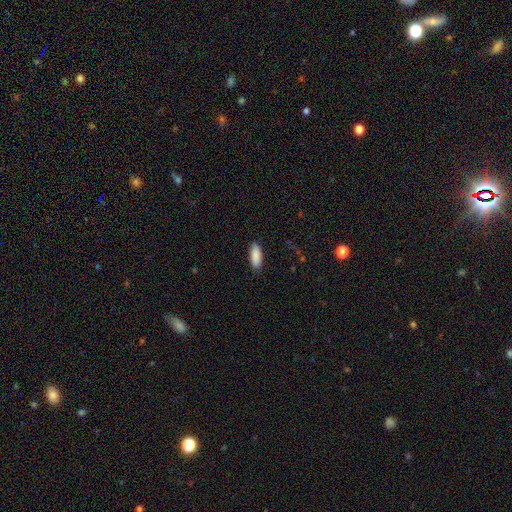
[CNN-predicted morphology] This appears to be a smooth galaxy with no disk features (90%) that is in between round and cigar-shaped (74%). Merging: none (87%).